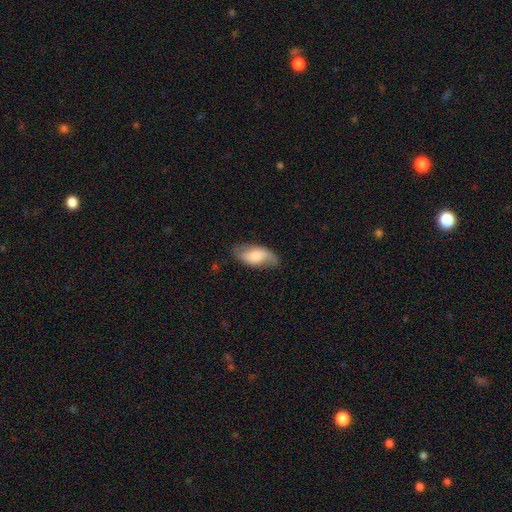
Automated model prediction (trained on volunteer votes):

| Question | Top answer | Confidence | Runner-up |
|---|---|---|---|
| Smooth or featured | smooth | 55% | featured or disk (38%) |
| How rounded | in between | 92% | cigar-shaped (5%) |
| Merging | none | 69% | minor disturbance (23%) |